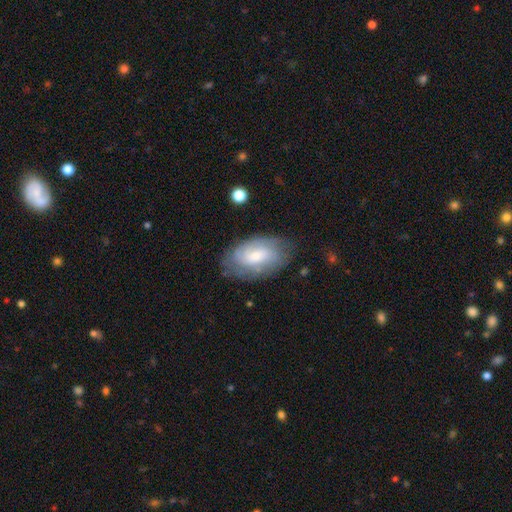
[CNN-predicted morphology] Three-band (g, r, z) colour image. It shows a featured or disk galaxy (52%). Merging: none (72%).